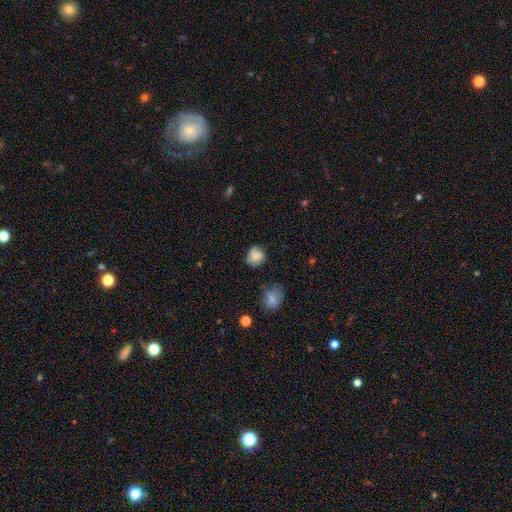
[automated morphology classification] smooth 78%, featured or disk 13%, star or artifact 9%. Down the decision tree: how rounded — round (81%); merging — none (65%).